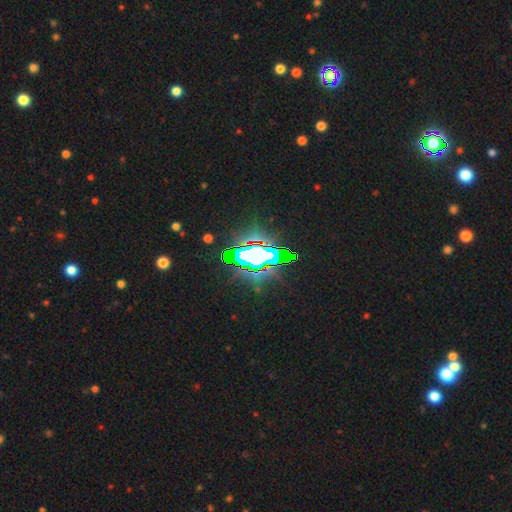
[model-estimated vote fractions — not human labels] star or artifact 67%, smooth 17%, featured or disk 16%.